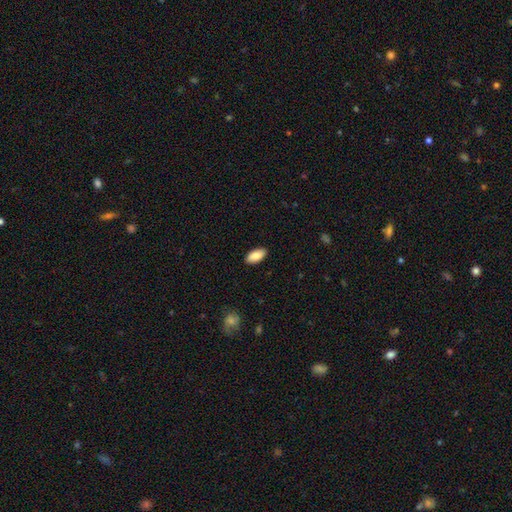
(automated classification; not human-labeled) smooth-or-featured: smooth: 86% | featured or disk: 8% | star or artifact: 6%
  how-rounded: in between: 93% | cigar-shaped: 5% | round: 2%
  merging: none: 89% | minor disturbance: 9% | major disturbance: 2% | merger: 1%